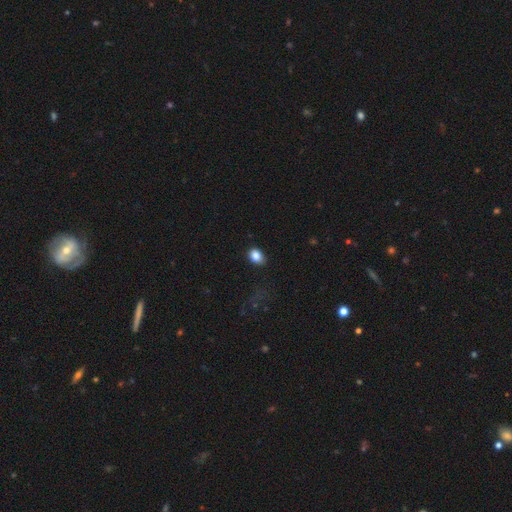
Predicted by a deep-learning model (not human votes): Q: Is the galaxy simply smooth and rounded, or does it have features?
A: smooth — 86%.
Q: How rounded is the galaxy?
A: in between — 70%.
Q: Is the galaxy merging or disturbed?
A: none — 84%.